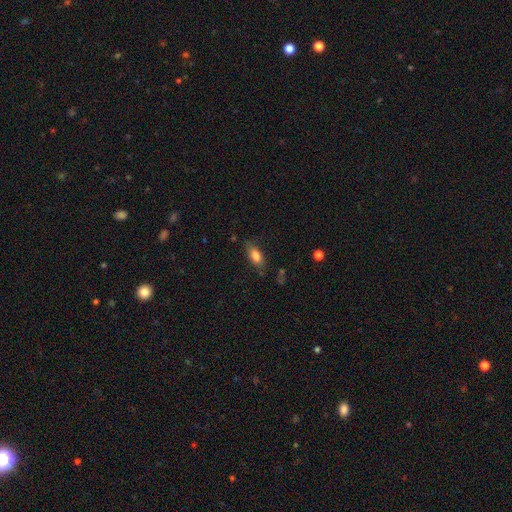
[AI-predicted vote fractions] A smooth galaxy with no disk features (80%) that is in between round and cigar-shaped (80%).

Vote fractions:
- Smooth or featured? smooth: 80% / featured or disk: 12% / star or artifact: 8%
- How rounded? in between: 80% / cigar-shaped: 16% / round: 4%
- Merging? none: 72% / minor disturbance: 19% / major disturbance: 6% / merger: 2%